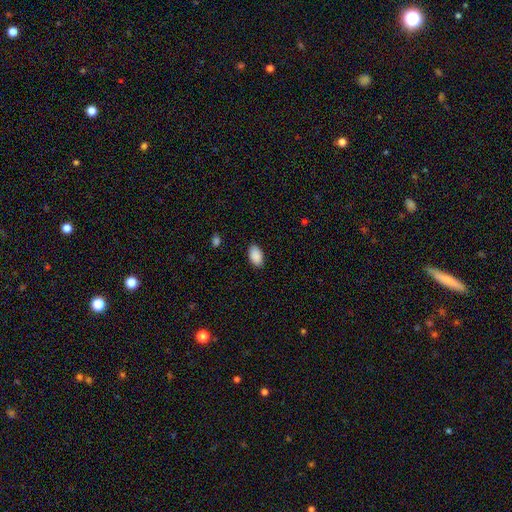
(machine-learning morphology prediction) Smooth or featured: smooth — 91% (star or artifact — 7%)
How rounded: in between — 95% (round — 4%)
Merging: none — 88% (minor disturbance — 9%)